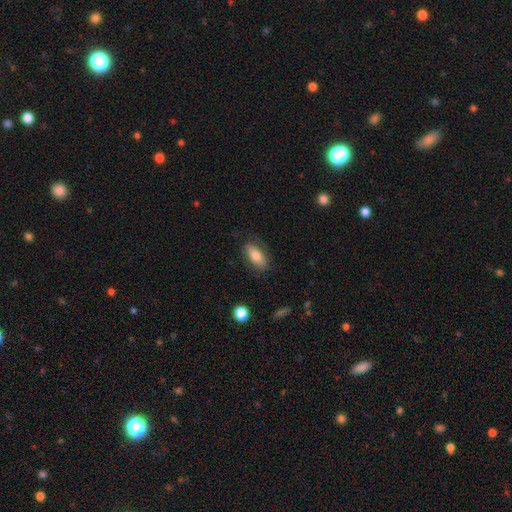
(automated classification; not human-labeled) Smooth or featured? smooth (75%)
How rounded? in between (83%)
Merging? none (79%)